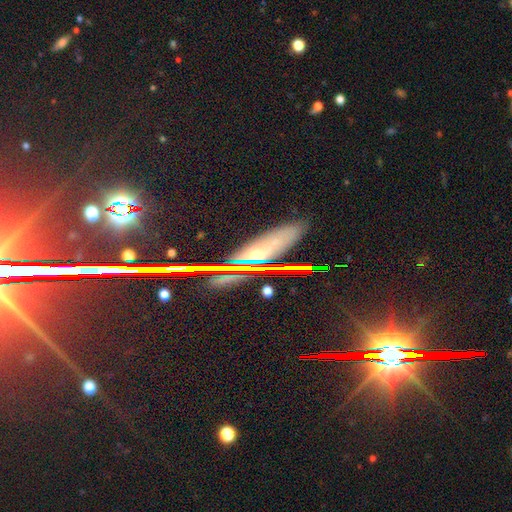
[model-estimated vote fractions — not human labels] This appears to be a star or artifact, not a galaxy (46%).